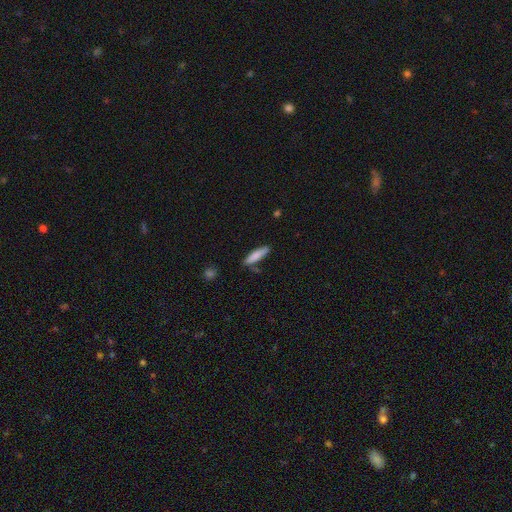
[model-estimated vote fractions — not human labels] This appears to be a smooth galaxy with no disk features (80%) that is cigar-shaped (77%). Merging: none (79%).